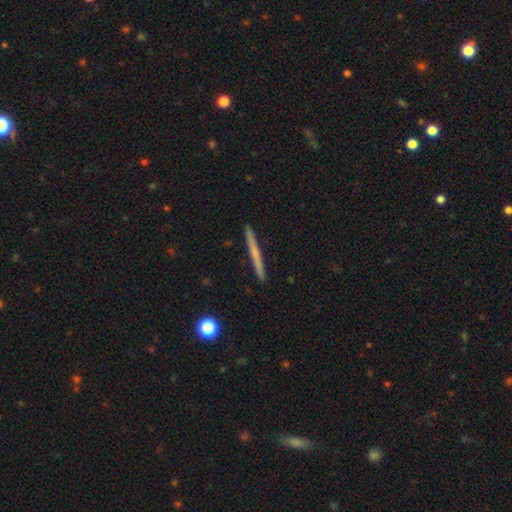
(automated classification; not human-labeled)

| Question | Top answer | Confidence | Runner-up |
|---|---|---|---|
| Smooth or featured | smooth | 51% | featured or disk (43%) |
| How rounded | cigar-shaped | 96% | in between (2%) |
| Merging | none | 92% | minor disturbance (5%) |